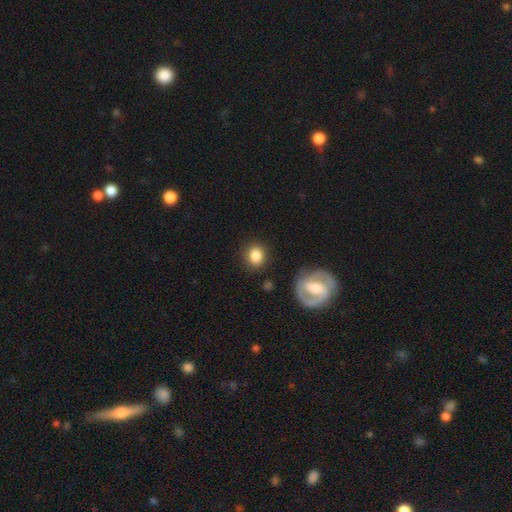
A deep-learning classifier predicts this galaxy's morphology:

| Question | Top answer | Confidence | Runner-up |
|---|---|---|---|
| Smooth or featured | smooth | 82% | featured or disk (10%) |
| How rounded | round | 75% | in between (24%) |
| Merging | none | 82% | minor disturbance (11%) |